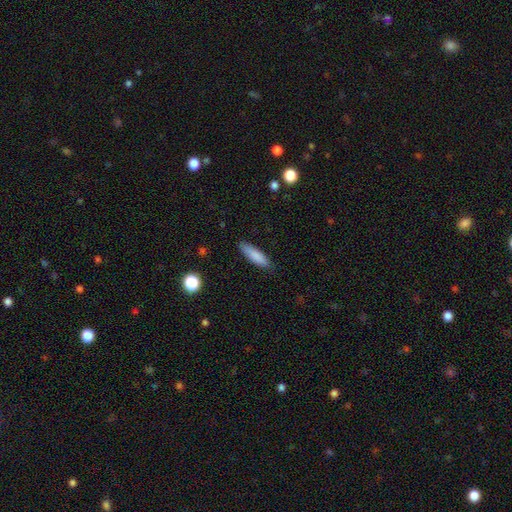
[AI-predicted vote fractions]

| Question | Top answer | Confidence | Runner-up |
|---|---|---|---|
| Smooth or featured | smooth | 85% | featured or disk (9%) |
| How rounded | cigar-shaped | 64% | in between (34%) |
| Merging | none | 85% | minor disturbance (11%) |